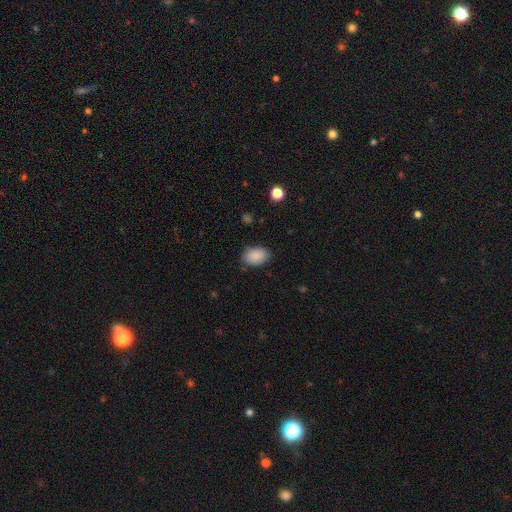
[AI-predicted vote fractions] Smooth or featured?
  - smooth: 89% *
  - star or artifact: 7%
  - featured or disk: 4%
How rounded?
  - in between: 84% *
  - round: 15%
  - cigar-shaped: 1%
Merging?
  - none: 82% *
  - minor disturbance: 14%
  - major disturbance: 3%
  - merger: 1%